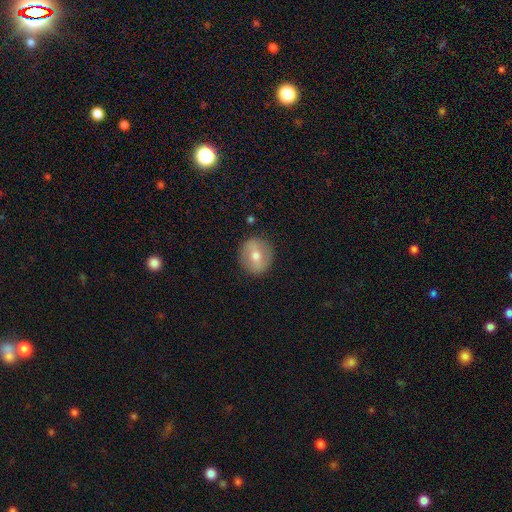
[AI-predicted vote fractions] smooth 52%, featured or disk 40%, star or artifact 8%. Down the decision tree: how rounded — round (81%); merging — none (88%).